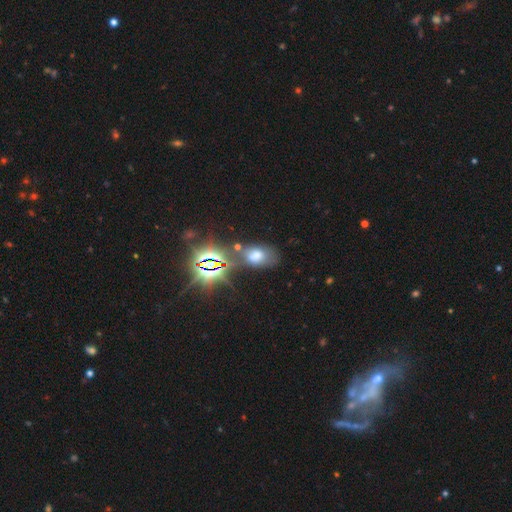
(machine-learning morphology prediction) Smooth or featured? Predicted: smooth (p=0.57). How rounded? Predicted: in between (p=0.86). Merging? Predicted: none (p=0.56).